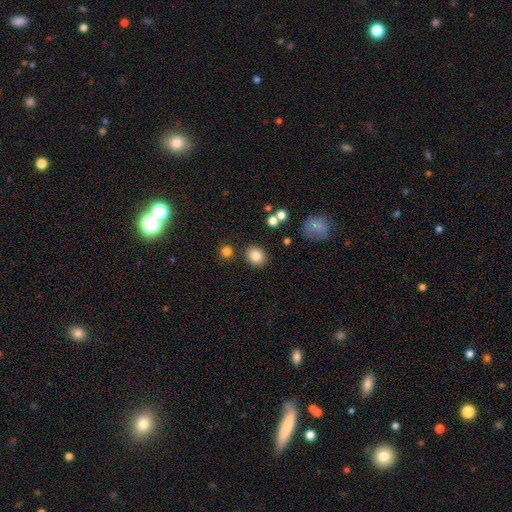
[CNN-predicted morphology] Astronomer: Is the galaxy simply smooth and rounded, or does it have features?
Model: smooth — 84%.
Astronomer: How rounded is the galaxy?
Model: round — 66%.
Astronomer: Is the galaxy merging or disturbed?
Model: none — 85%.